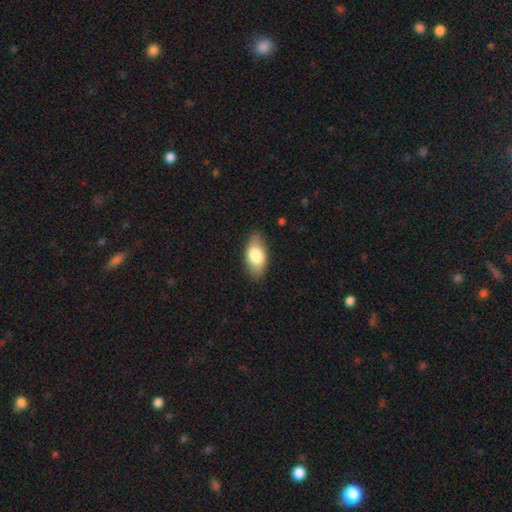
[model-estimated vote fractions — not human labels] Smooth or featured: smooth — 75% (featured or disk — 19%)
How rounded: in between — 90% (cigar-shaped — 6%)
Merging: none — 84% (minor disturbance — 12%)